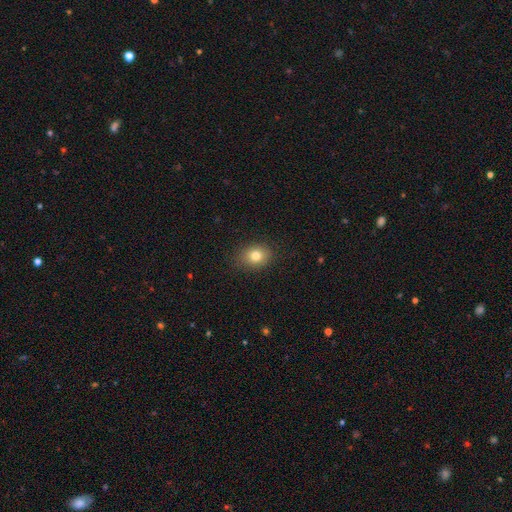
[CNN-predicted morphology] smooth 80%, star or artifact 11%, featured or disk 9%. Down the decision tree: how rounded — in between (52%); merging — none (85%).